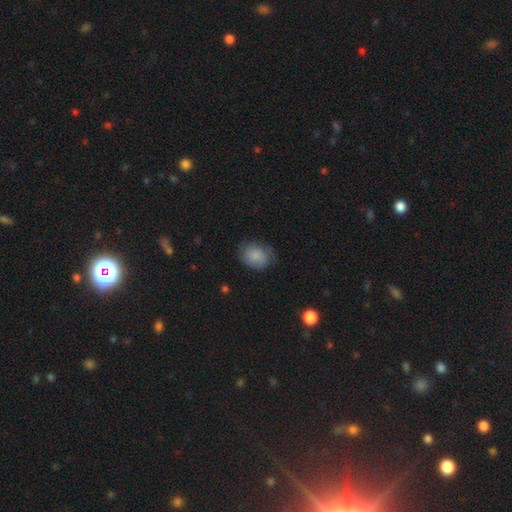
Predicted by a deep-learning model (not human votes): Smooth or featured: smooth — 77% (featured or disk — 15%)
How rounded: in between — 53% (round — 47%)
Merging: none — 67% (minor disturbance — 25%)